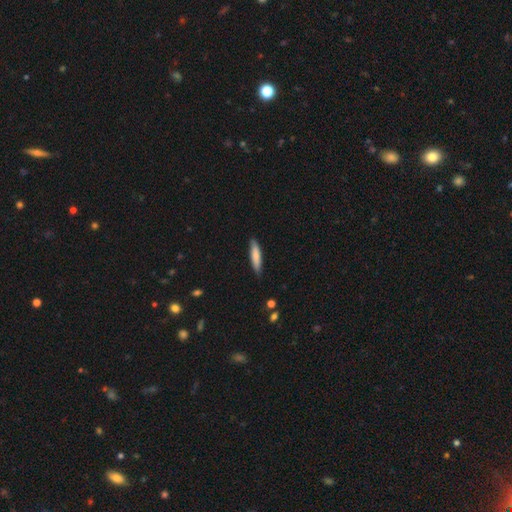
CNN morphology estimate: A smooth galaxy with no disk features (79%) that is cigar-shaped (82%).

Vote fractions:
- Smooth or featured? smooth: 79% / featured or disk: 15% / star or artifact: 6%
- How rounded? cigar-shaped: 82% / in between: 17% / round: 1%
- Merging? none: 85% / minor disturbance: 12% / major disturbance: 2% / merger: 1%